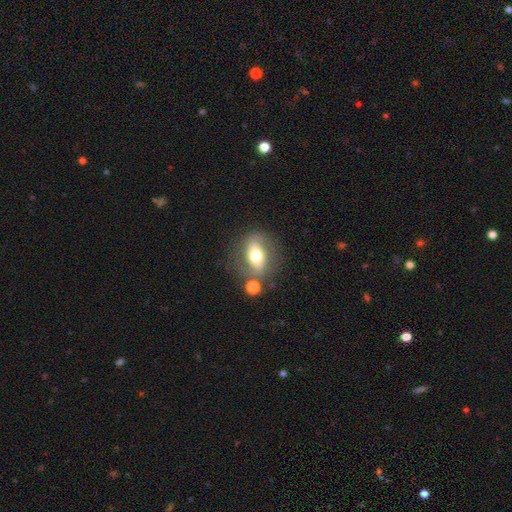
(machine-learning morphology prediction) A featured or disk galaxy (48%). Merging: none (67%).